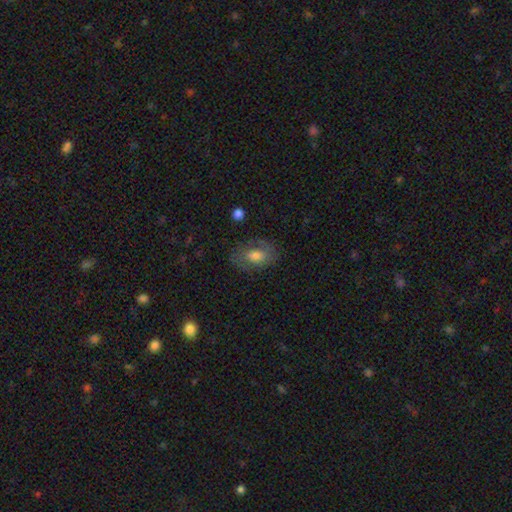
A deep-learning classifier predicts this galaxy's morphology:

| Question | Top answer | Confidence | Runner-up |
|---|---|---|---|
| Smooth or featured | smooth | 60% | featured or disk (32%) |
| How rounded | in between | 84% | round (14%) |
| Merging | none | 68% | minor disturbance (20%) |